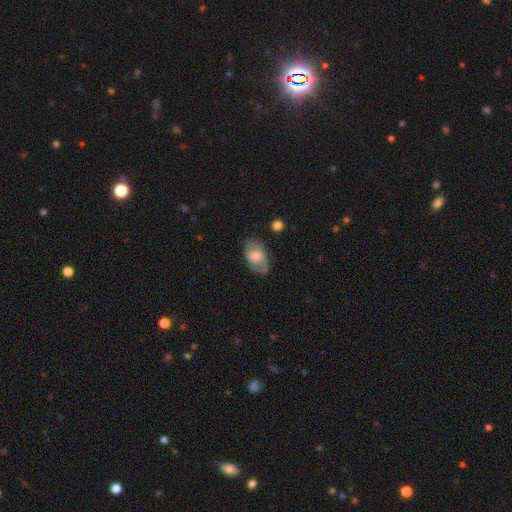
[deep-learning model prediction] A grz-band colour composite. It shows a smooth galaxy with no disk features (48%). Merging: none (64%).